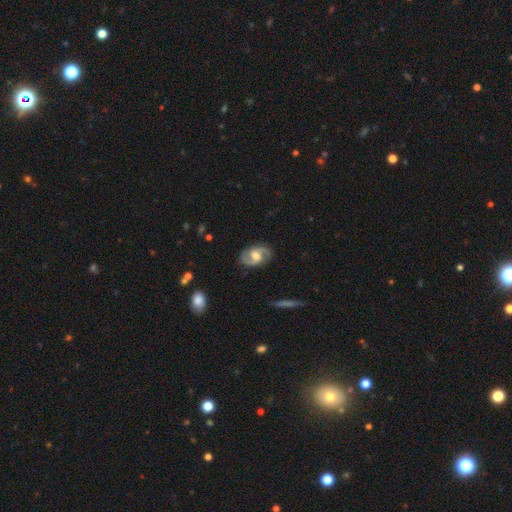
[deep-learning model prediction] featured or disk 85%, smooth 10%, star or artifact 5%. Down the decision tree: edge-on disk — no (97%); bar — weak (49%); spiral arms — yes (96%); spiral arm count — 2 (93%); spiral winding — medium (55%); bulge size — moderate (65%); merging — none (84%).